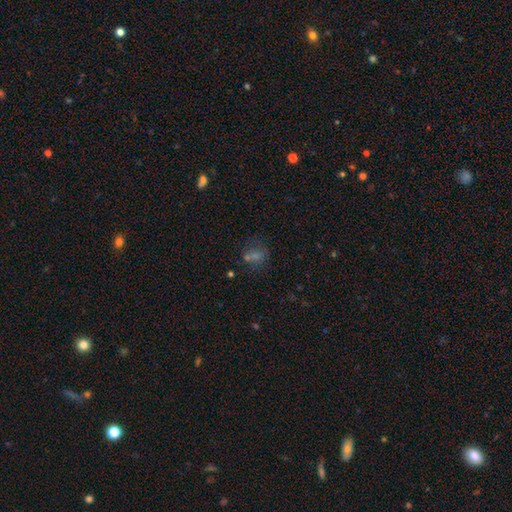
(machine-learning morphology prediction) smooth-or-featured: smooth: 45% | star or artifact: 37% | featured or disk: 18%
  merging: none: 64% | minor disturbance: 16% | major disturbance: 11% | merger: 10%